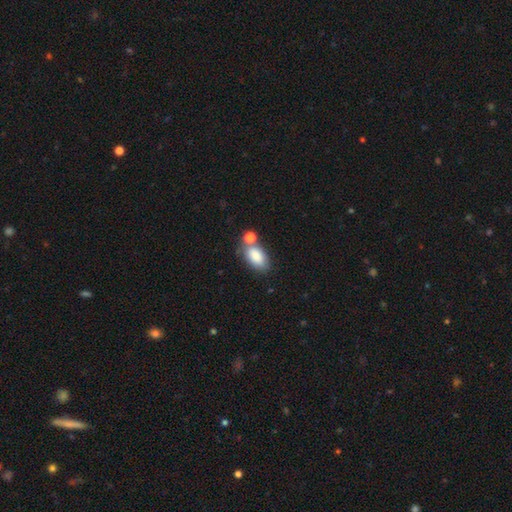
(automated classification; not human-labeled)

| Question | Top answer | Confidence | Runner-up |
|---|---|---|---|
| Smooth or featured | smooth | 84% | featured or disk (8%) |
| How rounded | in between | 91% | round (6%) |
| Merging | none | 56% | merger (24%) |